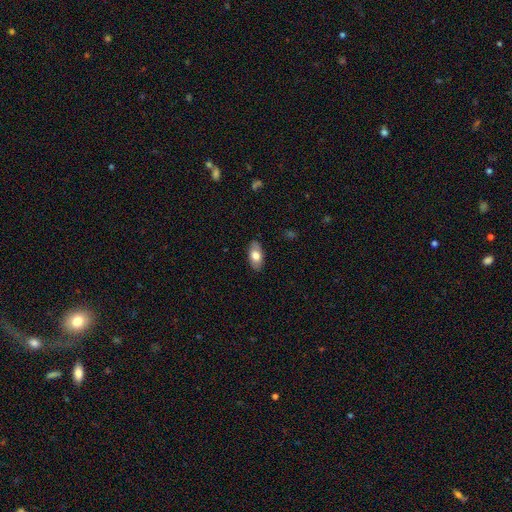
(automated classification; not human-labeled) Overall: smooth (75%). How rounded: in between (92%). Merging: none (86%).